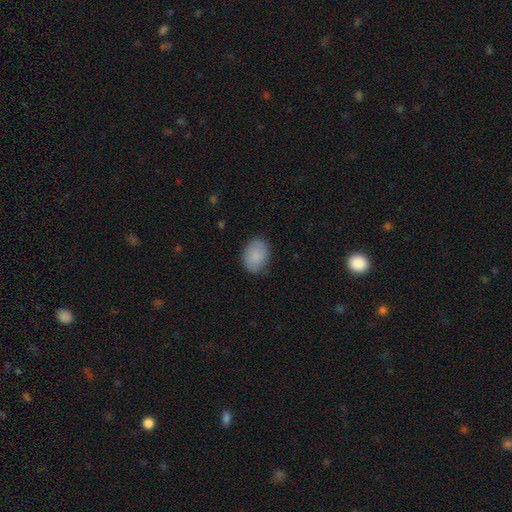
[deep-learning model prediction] smooth_or_featured: smooth (p=0.79) [alt: featured or disk p=0.14]
how_rounded: in between (p=0.69) [alt: round p=0.30]
merging: none (p=0.77) [alt: minor disturbance p=0.18]